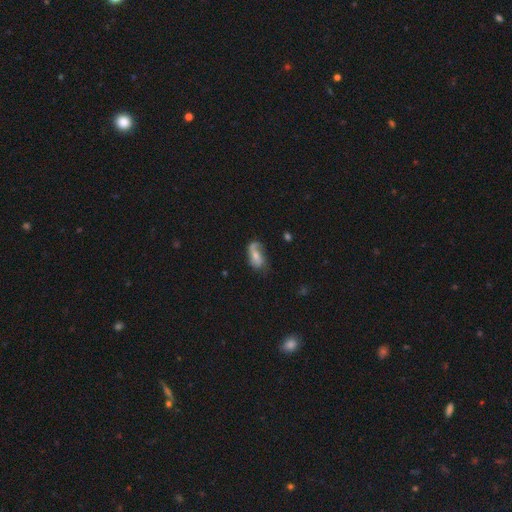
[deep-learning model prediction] Q: Smooth or featured?
A: featured or disk (53%); runner-up: smooth (39%)
Q: Edge-on disk?
A: no (93%); runner-up: yes (7%)
Q: Merging?
A: none (46%); runner-up: minor disturbance (28%)